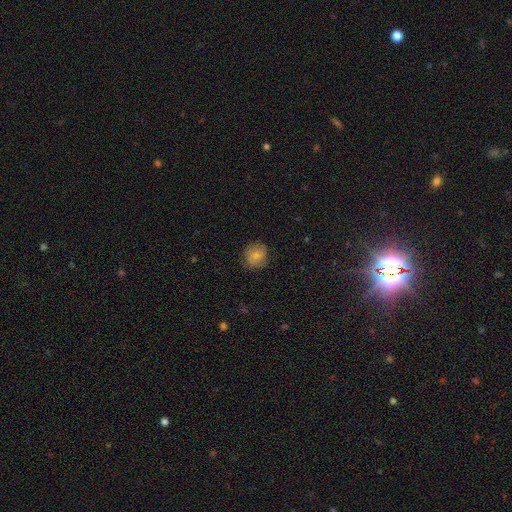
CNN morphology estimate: This is likely a smooth galaxy (78%). How rounded: clearly round (82%). Merging: clearly none (81%).